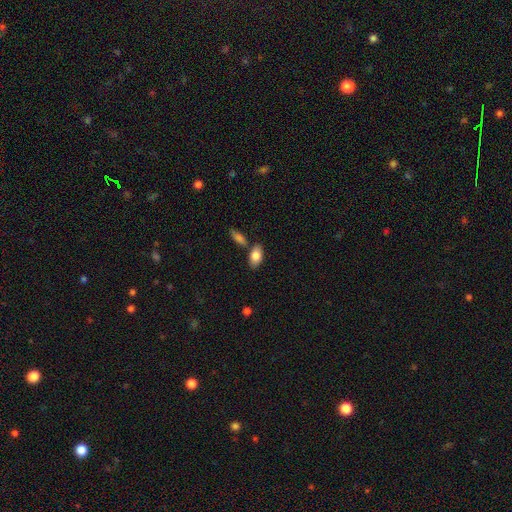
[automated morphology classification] This appears to be a smooth galaxy with no disk features (82%) that is in between round and cigar-shaped (92%). Merging: none (72%).